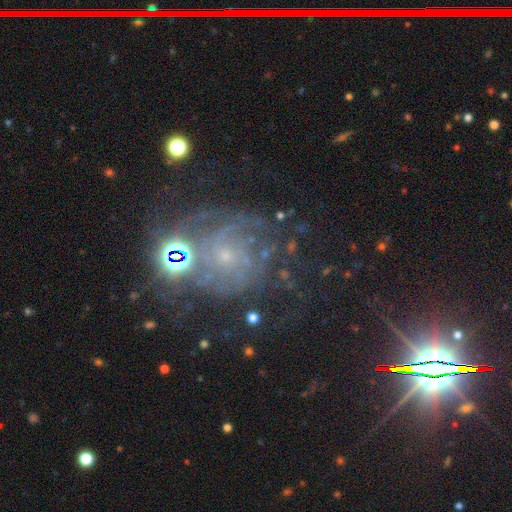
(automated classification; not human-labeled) This appears to be a featured or disk galaxy (63%) with no bar (75%), tight (65%) spiral arms (88%) and a small central bulge (77%). Merging: none (57%).